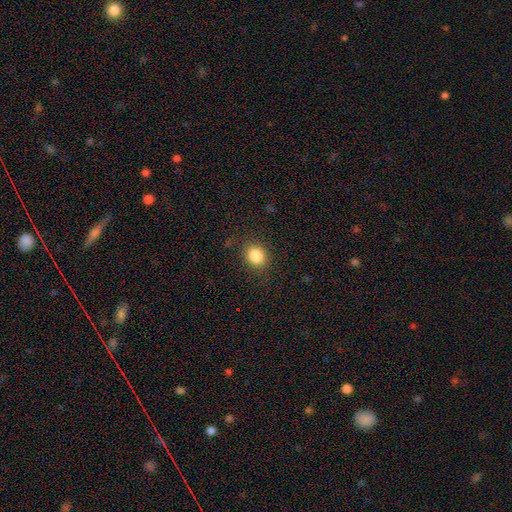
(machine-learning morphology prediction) Smooth or featured? smooth (85%)
How rounded? round (64%)
Merging? none (85%)